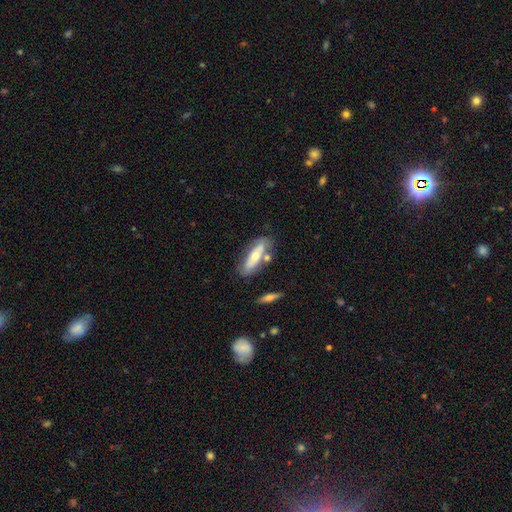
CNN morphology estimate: smooth 51%, featured or disk 43%, star or artifact 6%. Down the decision tree: how rounded — in between (50%); merging — none (65%).